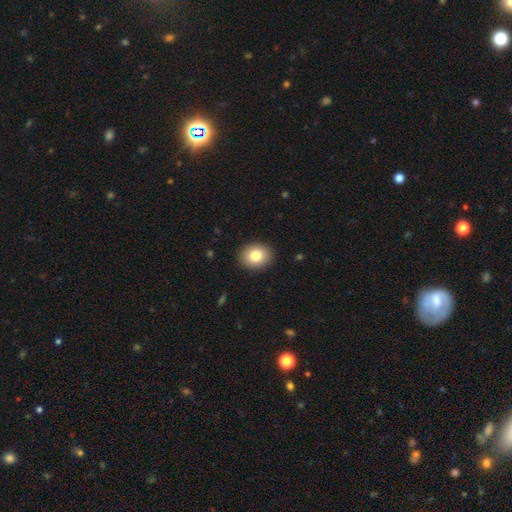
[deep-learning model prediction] smooth-or-featured: smooth: 82% | featured or disk: 9% | star or artifact: 9%
  how-rounded: round: 64% | in between: 36% | cigar-shaped: 1%
  merging: none: 91% | minor disturbance: 6% | major disturbance: 2% | merger: 1%